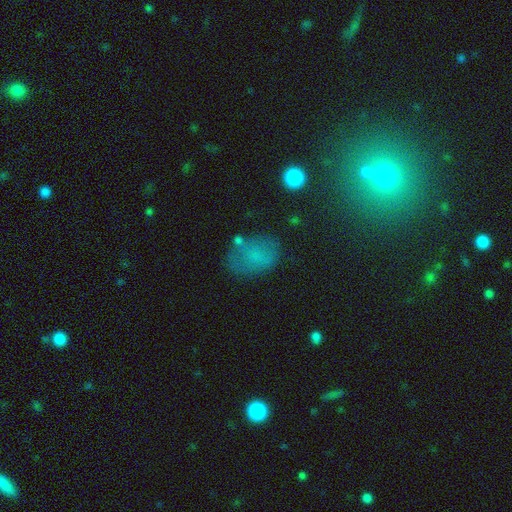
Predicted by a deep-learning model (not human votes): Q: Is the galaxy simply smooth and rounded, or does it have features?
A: smooth — 66%.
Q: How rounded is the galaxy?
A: in between — 74%.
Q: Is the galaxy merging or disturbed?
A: none — 60%.